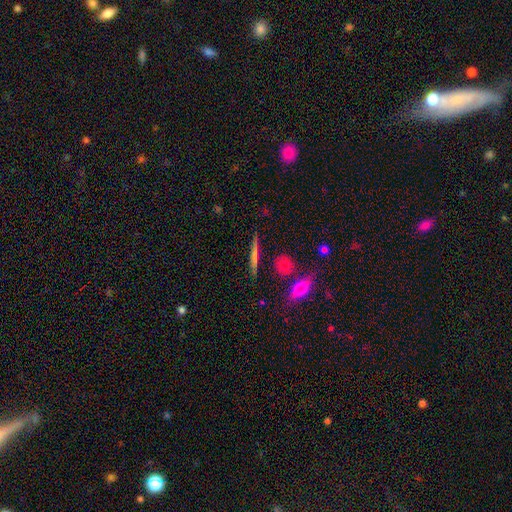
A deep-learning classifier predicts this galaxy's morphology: featured or disk 55%, smooth 35%, star or artifact 10%. Down the decision tree: edge-on disk — yes (95%); edge-on bulge — rounded (67%); merging — none (85%).